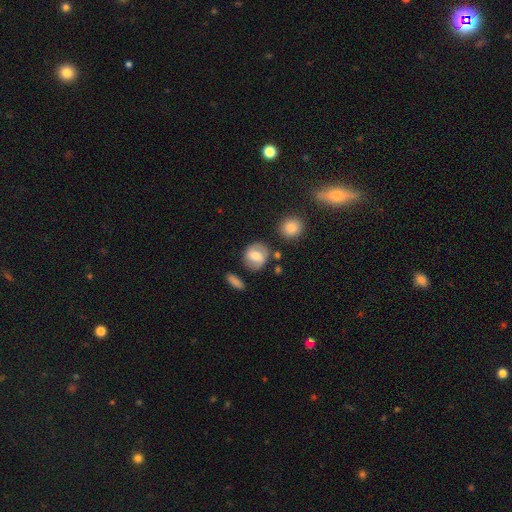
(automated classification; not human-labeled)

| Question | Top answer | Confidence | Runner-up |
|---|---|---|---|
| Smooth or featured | smooth | 57% | featured or disk (36%) |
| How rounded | round | 75% | in between (23%) |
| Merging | none | 75% | minor disturbance (15%) |